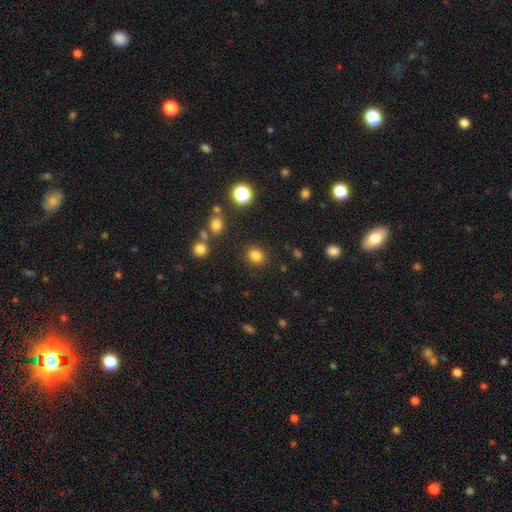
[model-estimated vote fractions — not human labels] Smooth or featured? smooth (82%)
How rounded? round (78%)
Merging? none (88%)